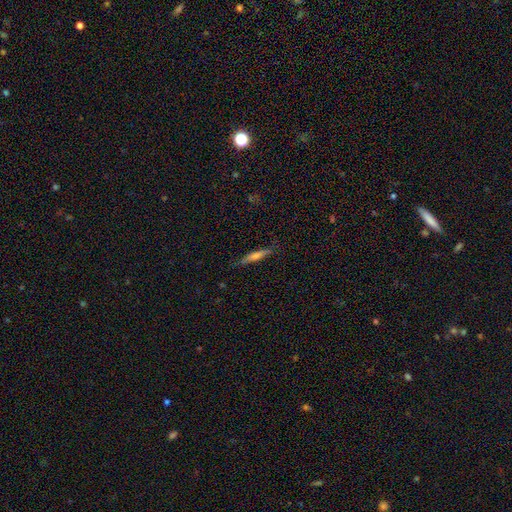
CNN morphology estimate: type=smooth (52%); roundness=cigar-shaped (91%); merging=none (85%).